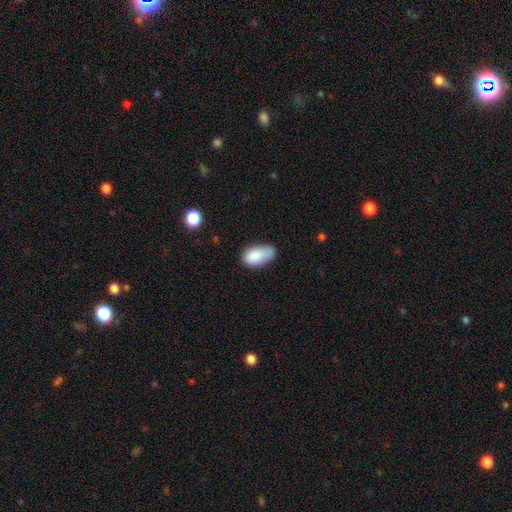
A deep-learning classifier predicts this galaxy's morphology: Smooth or featured? Predicted: smooth (p=0.84). How rounded? Predicted: in between (p=0.93). Merging? Predicted: none (p=0.46).